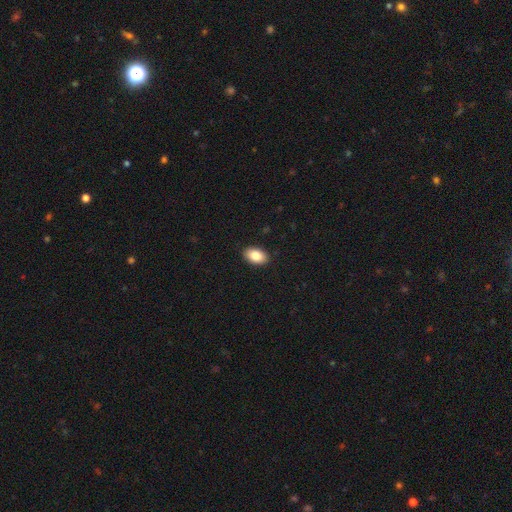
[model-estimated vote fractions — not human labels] This is clearly a smooth galaxy (85%). How rounded: clearly in between (91%). Merging: clearly none (90%).